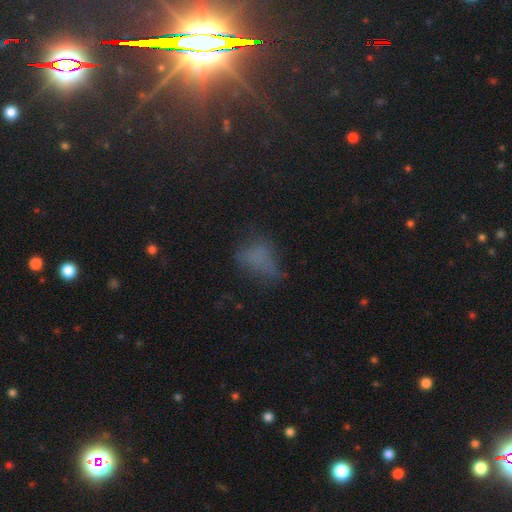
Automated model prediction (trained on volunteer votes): Overall: smooth (57%; star or artifact 25%). How rounded: in between (76%). Merging: none (41%; major disturbance 28%).